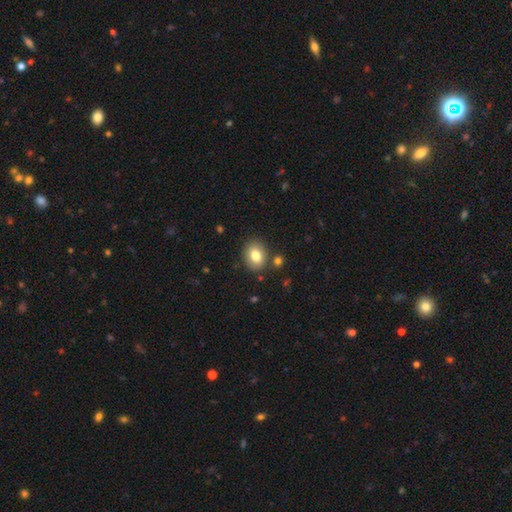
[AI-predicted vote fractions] This is clearly a smooth galaxy (80%). How rounded: possibly in between (58%). Merging: clearly none (82%).